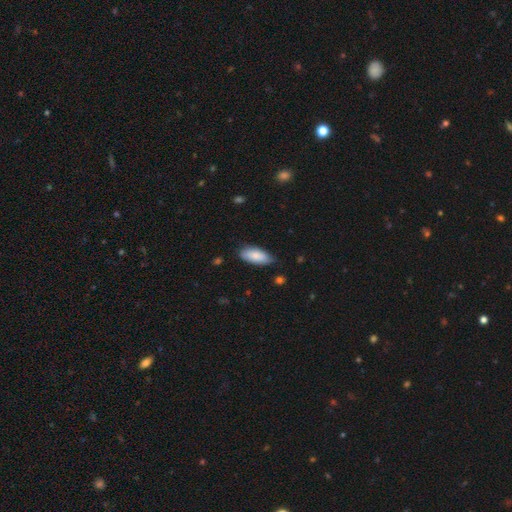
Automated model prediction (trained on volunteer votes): Smooth or featured?
  - smooth: 81% *
  - featured or disk: 13%
  - star or artifact: 6%
How rounded?
  - in between: 87% *
  - cigar-shaped: 12%
  - round: 2%
Merging?
  - none: 72% *
  - minor disturbance: 23%
  - major disturbance: 3%
  - merger: 1%